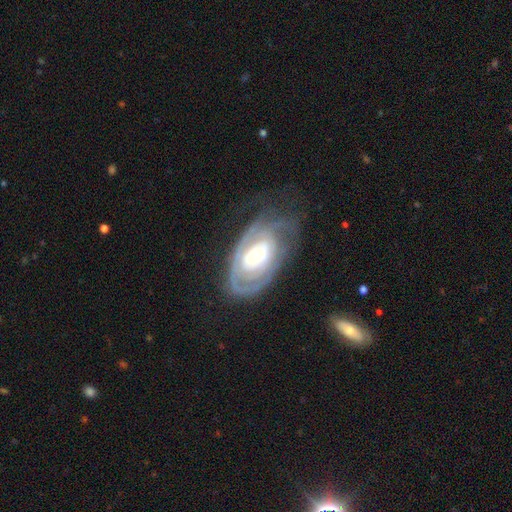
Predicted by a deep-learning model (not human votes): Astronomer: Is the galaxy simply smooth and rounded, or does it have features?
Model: featured or disk — 80%.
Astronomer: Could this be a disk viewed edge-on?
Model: no — 94%.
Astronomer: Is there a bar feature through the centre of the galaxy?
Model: no — 77%.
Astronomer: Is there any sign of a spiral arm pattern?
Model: yes — 81%.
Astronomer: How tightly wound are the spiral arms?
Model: tight — 73%.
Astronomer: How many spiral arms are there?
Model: can't tell — 47% (runner-up: 2, 24%).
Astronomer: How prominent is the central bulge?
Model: moderate — 55% (runner-up: small, 37%).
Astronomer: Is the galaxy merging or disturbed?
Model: none — 58%.